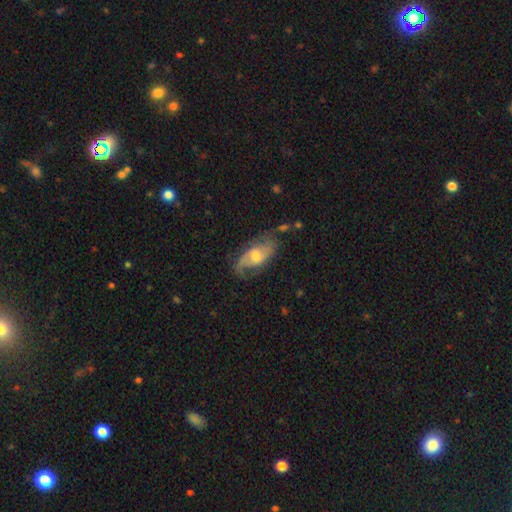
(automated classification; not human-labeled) Overall: featured or disk (71%). Edge-on disk: no (92%). Bar: no (57%; weak 36%). Spiral arms: yes (90%). Spiral arm count: 2 (76%). Spiral winding: loose (43%; medium 40%). Bulge size: moderate (58%; small 26%). Merging: none (63%).